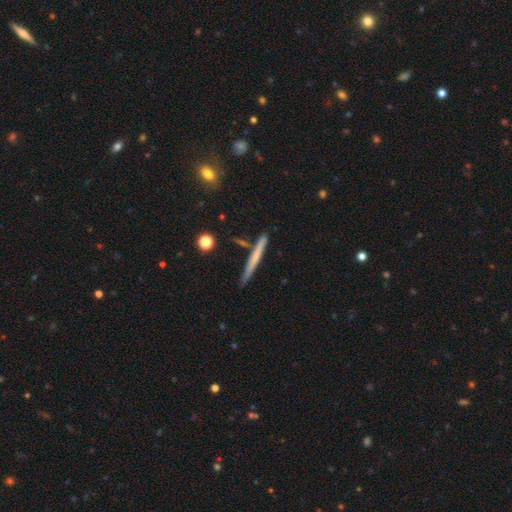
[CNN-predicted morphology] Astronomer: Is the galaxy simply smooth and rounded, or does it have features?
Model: smooth — 54% (runner-up: featured or disk, 40%).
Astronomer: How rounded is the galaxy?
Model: cigar-shaped — 96%.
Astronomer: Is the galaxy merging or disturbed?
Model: none — 85%.